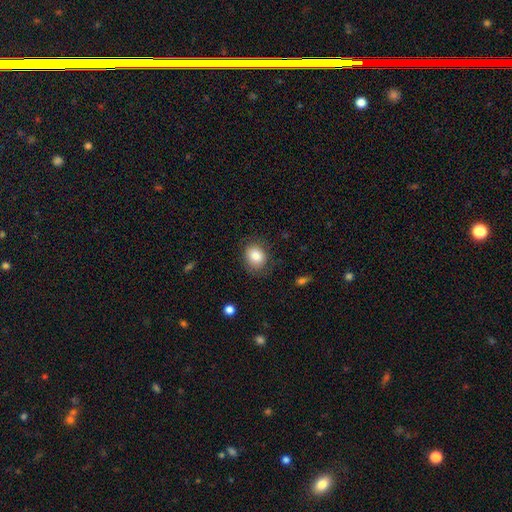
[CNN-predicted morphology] Overall: smooth (85%). How rounded: round (58%; in between 41%). Merging: none (76%).